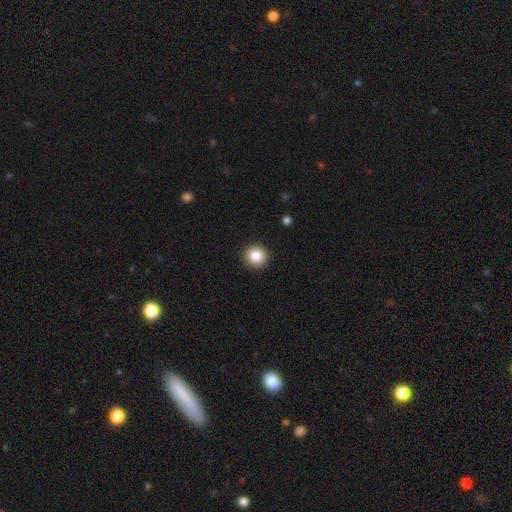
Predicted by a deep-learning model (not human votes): The model was most divided on "smooth or featured": smooth: 84%, star or artifact: 10%, featured or disk: 6%. More confident: how rounded — round (93%); merging — none (92%).